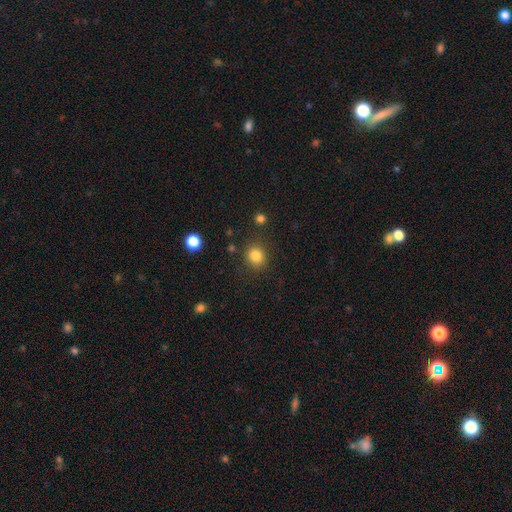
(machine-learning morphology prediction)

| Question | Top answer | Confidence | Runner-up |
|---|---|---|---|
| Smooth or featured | smooth | 84% | star or artifact (11%) |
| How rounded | round | 81% | in between (18%) |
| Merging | none | 85% | minor disturbance (9%) |